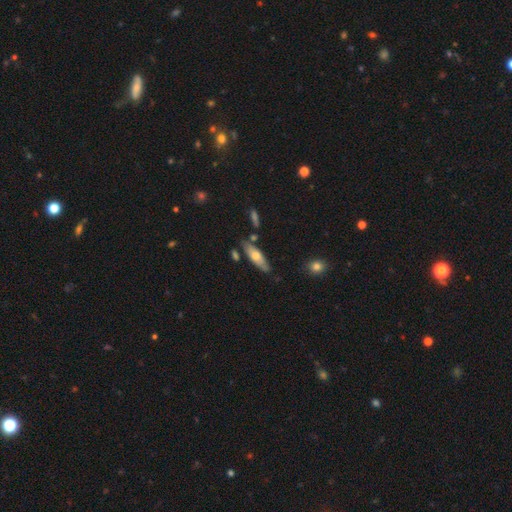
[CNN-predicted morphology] A smooth galaxy with no disk features (60%) that is in between round and cigar-shaped (49%). Merging: none (75%).